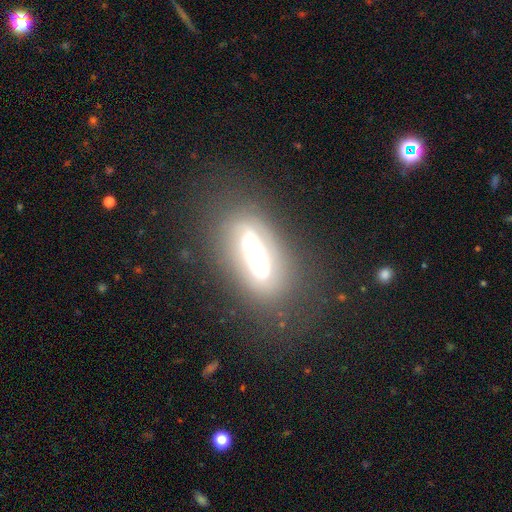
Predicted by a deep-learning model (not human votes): A featured or disk galaxy (66%). Merging: none (70%).